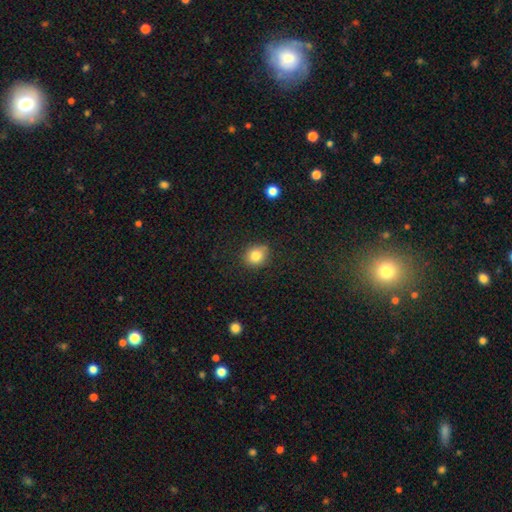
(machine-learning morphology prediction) The model was most divided on "how rounded": round: 71%, in between: 28%, cigar-shaped: 1%. More confident: smooth or featured — smooth (83%); merging — none (80%).